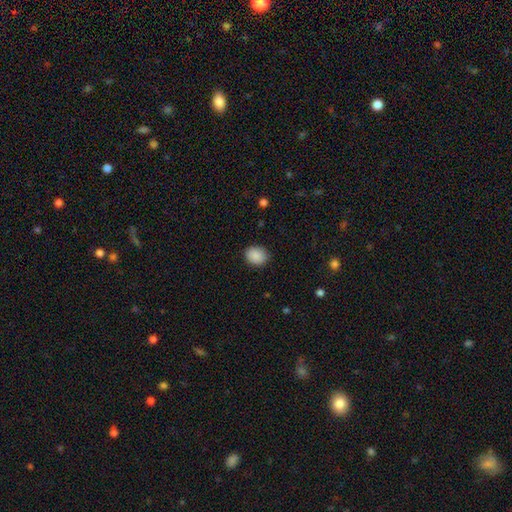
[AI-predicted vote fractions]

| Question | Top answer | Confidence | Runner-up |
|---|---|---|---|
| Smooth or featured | smooth | 88% | star or artifact (8%) |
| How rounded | round | 56% | in between (44%) |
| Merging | none | 86% | minor disturbance (10%) |